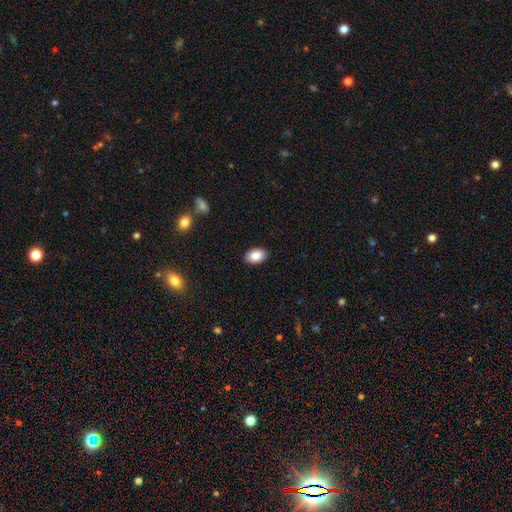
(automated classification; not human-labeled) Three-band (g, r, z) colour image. It shows a smooth galaxy with no disk features (87%) that is in between round and cigar-shaped (90%). Merging: none (89%).